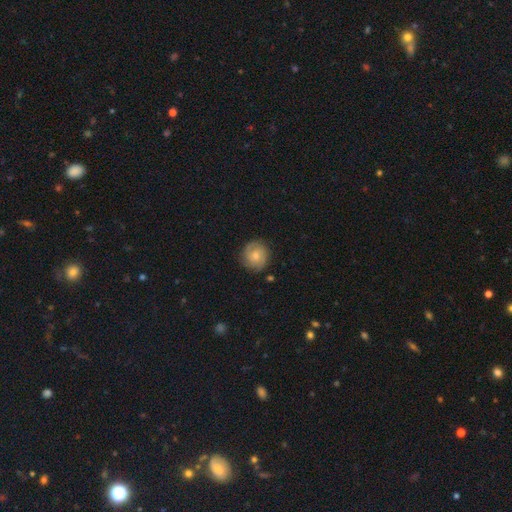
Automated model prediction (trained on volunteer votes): Smooth or featured?
  - smooth: 48% *
  - featured or disk: 44%
  - star or artifact: 8%
Merging?
  - none: 84% *
  - minor disturbance: 12%
  - major disturbance: 3%
  - merger: 1%